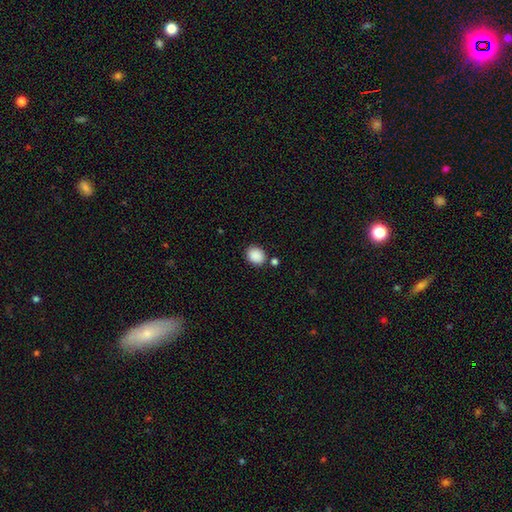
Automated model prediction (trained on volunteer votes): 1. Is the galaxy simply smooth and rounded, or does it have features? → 89% smooth, 8% star or artifact, 3% featured or disk.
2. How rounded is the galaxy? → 59% round, 40% in between, 1% cigar-shaped.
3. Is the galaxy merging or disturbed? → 81% none, 10% minor disturbance, 6% merger, 3% major disturbance.